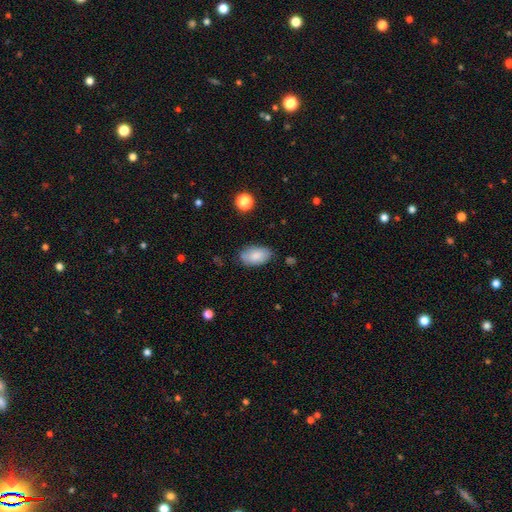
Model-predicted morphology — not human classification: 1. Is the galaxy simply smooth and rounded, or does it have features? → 83% smooth, 10% featured or disk, 7% star or artifact.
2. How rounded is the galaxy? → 92% in between, 6% round, 2% cigar-shaped.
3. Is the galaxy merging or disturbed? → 72% none, 20% minor disturbance, 4% major disturbance, 3% merger.